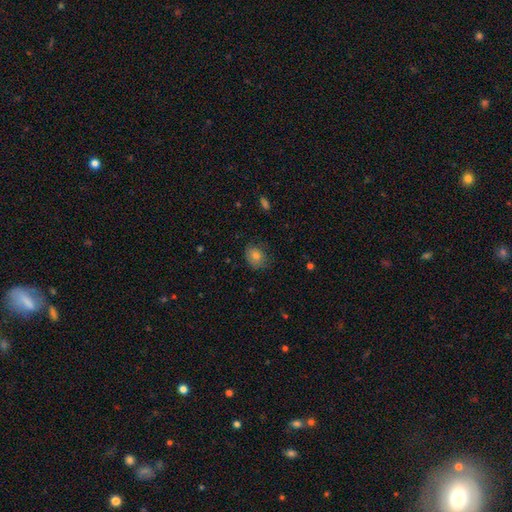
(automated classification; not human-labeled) Smooth or featured? smooth (78%)
How rounded? round (54%)
Merging? none (73%)